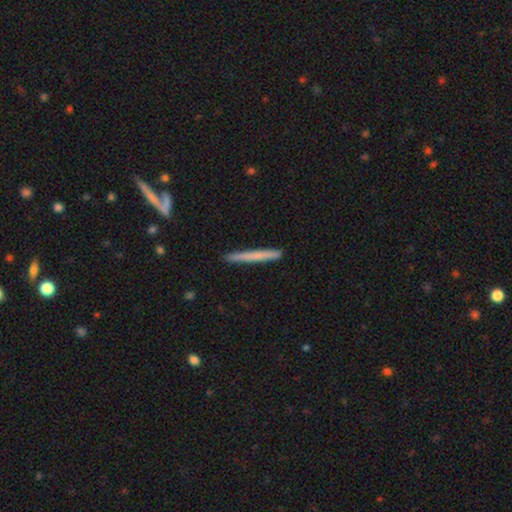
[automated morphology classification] A smooth galaxy with no disk features (60%) that is cigar-shaped (97%). Merging: none (91%).